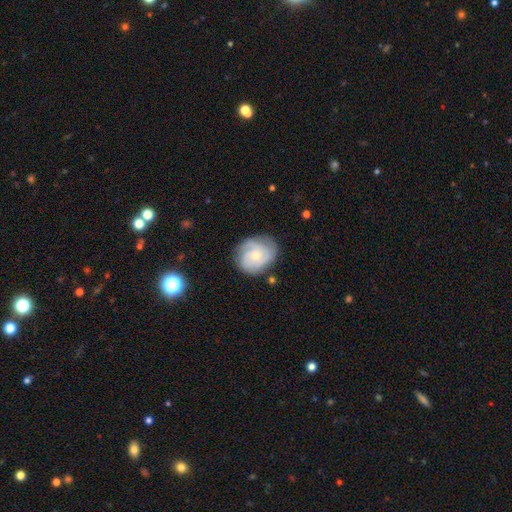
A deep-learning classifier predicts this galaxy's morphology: smooth-or-featured: featured or disk: 68% | smooth: 26% | star or artifact: 7%
  disk-edge-on: no: 98% | yes: 2%
    bar: no: 76% | weak: 22% | strong: 3%
    has-spiral-arms: yes: 92% | no: 8%
      spiral-winding: tight: 48% | medium: 39% | loose: 13%
      spiral-arm-count: 3: 42% | can't tell: 22% | 2: 17% | 4: 10% | 1: 5% | more than 4: 4%
    bulge-size: small: 63% | moderate: 33% | none: 2% | large: 1% | dominant: 1%
  merging: none: 72% | minor disturbance: 20% | major disturbance: 6% | merger: 2%